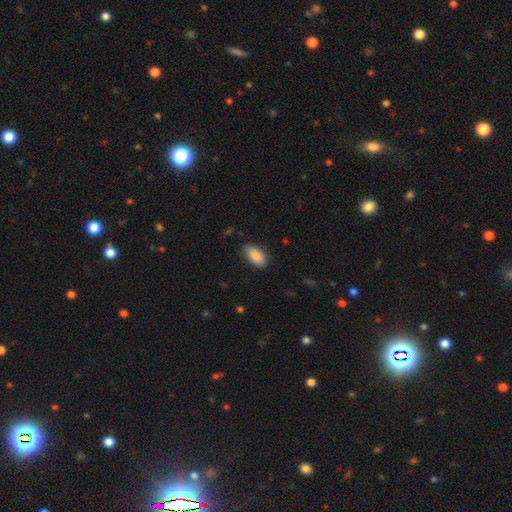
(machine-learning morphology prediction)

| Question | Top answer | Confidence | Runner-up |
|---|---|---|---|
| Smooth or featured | smooth | 88% | star or artifact (6%) |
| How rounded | in between | 93% | cigar-shaped (5%) |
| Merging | none | 79% | minor disturbance (17%) |